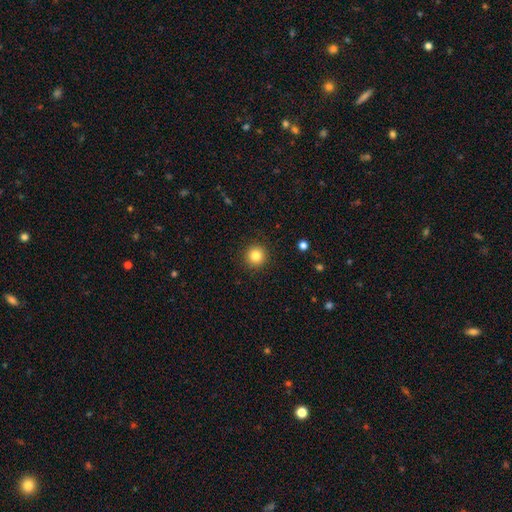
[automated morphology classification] type=smooth (83%); roundness=round (95%); merging=none (92%).